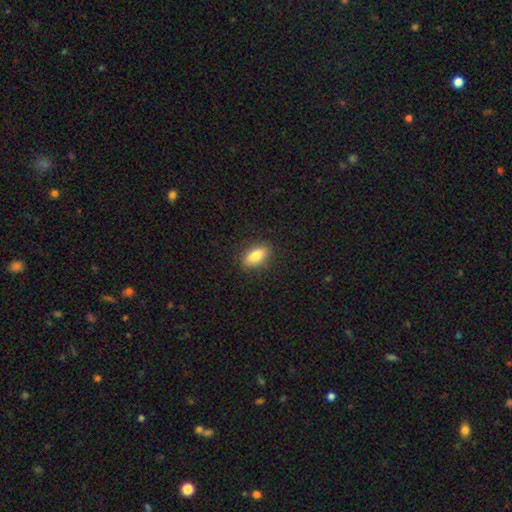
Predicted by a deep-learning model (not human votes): The model was most divided on "smooth or featured": smooth: 81%, featured or disk: 12%, star or artifact: 7%. More confident: merging — none (87%); how rounded — in between (85%).